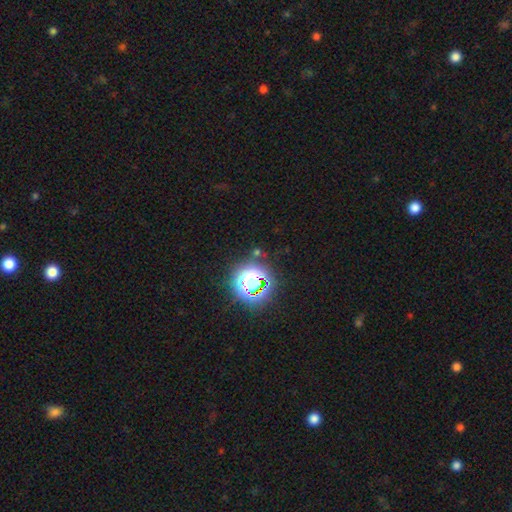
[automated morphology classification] Overall: star or artifact (71%).